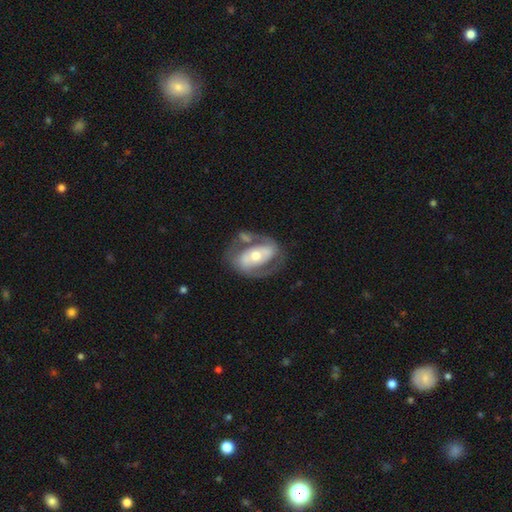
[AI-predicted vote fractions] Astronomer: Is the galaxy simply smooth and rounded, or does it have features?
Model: featured or disk — 71%.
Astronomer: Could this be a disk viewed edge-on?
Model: no — 94%.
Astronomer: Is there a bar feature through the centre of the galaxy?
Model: no — 51%.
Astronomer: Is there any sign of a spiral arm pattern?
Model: yes — 62% (runner-up: no, 38%).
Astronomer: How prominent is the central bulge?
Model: moderate — 67%.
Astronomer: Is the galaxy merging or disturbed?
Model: none — 54%.